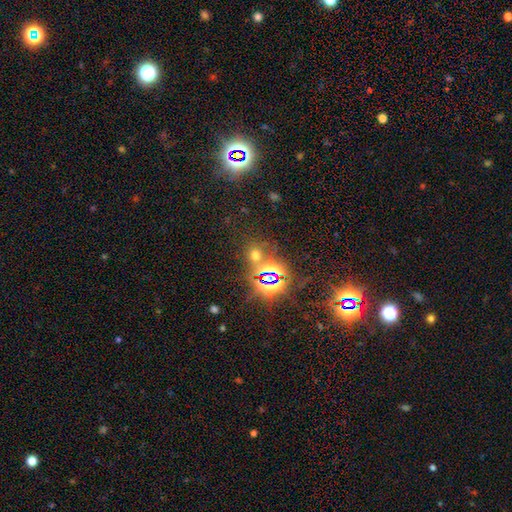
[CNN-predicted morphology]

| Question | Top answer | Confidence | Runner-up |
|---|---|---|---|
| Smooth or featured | star or artifact | 54% | smooth (39%) |